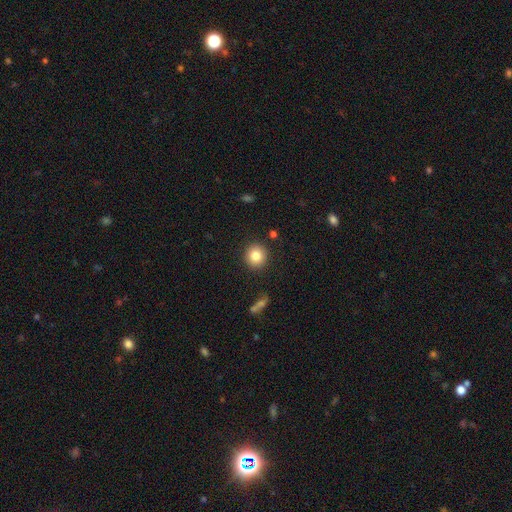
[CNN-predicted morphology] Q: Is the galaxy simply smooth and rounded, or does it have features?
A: smooth — 82%.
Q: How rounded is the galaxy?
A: round — 90%.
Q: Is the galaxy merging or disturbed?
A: none — 90%.